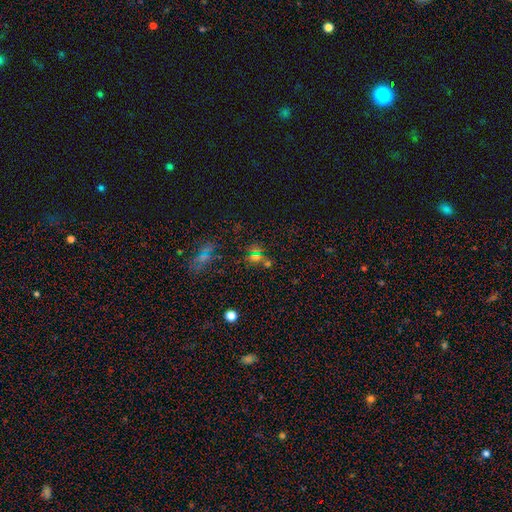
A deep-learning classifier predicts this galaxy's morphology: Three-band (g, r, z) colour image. It shows a star or artifact, not a galaxy (55%).